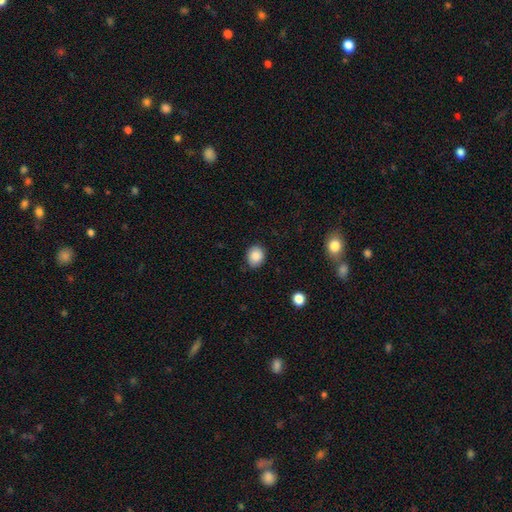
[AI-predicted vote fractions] Overall: smooth (86%). How rounded: round (64%; in between 35%). Merging: none (81%).